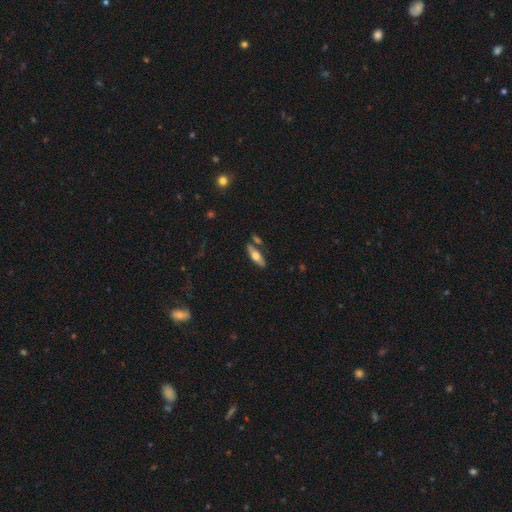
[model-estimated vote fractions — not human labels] Smooth or featured? Predicted: smooth (p=0.52). How rounded? Predicted: in between (p=0.55). Merging? Predicted: none (p=0.74).